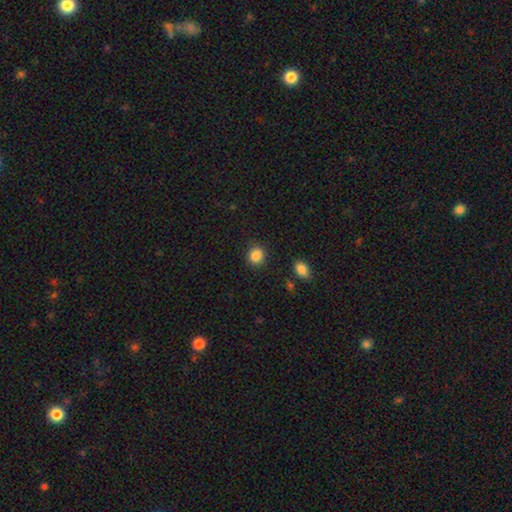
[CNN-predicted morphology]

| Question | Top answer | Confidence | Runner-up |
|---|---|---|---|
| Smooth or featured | smooth | 87% | star or artifact (9%) |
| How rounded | round | 74% | in between (25%) |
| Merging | none | 86% | minor disturbance (9%) |